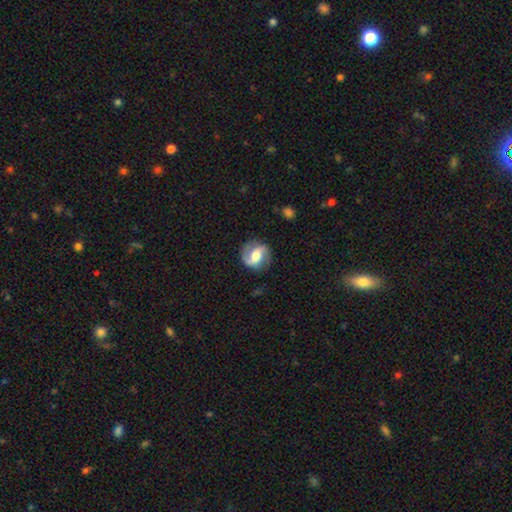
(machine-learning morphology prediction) Overall: featured or disk (77%). Edge-on disk: no (97%). Bar: weak (42%; no 30%). Spiral arms: yes (92%). Spiral arm count: 2 (88%). Spiral winding: medium (44%; loose 37%). Bulge size: moderate (66%). Merging: none (81%).